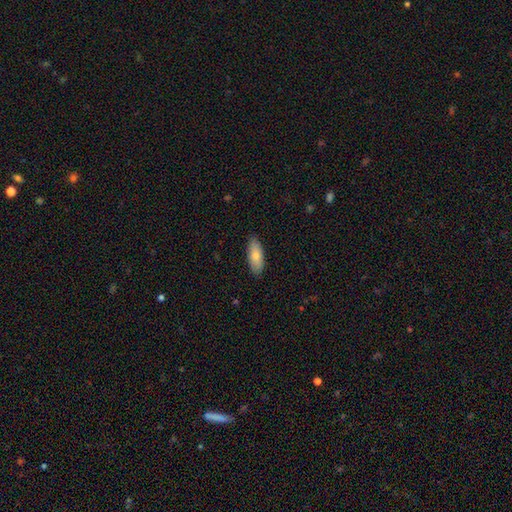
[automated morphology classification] Smooth or featured? smooth (78%)
How rounded? in between (77%)
Merging? none (88%)